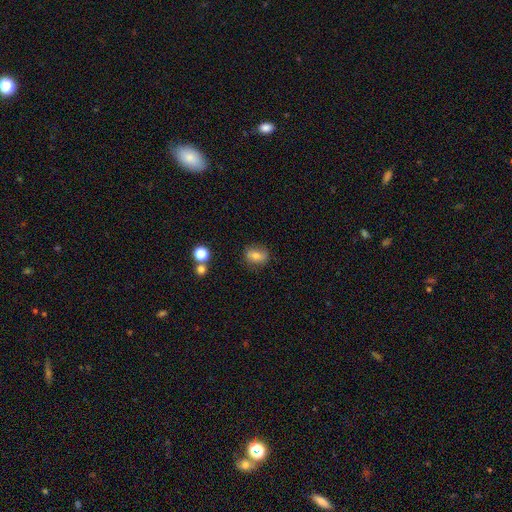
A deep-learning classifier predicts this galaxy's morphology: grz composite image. It shows a smooth galaxy with no disk features (66%) that is in between round and cigar-shaped (61%). Merging: none (77%).